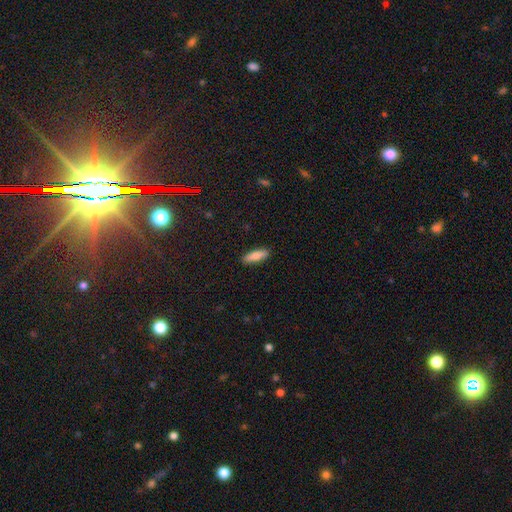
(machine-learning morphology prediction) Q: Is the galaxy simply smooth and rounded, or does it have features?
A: smooth — 81%.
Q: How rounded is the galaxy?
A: in between — 51%.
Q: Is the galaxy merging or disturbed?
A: none — 89%.